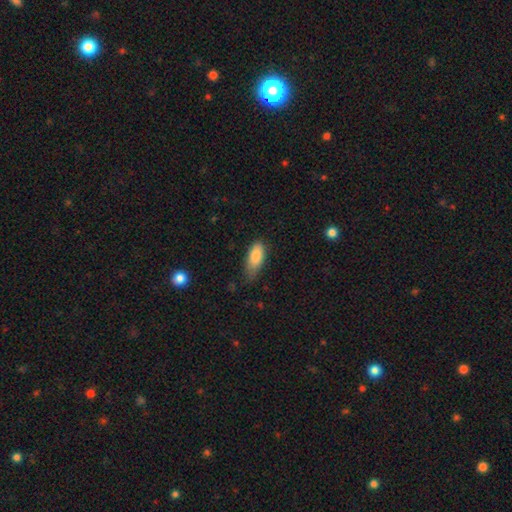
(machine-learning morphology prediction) Smooth or featured?
  - smooth: 85% *
  - featured or disk: 9%
  - star or artifact: 7%
How rounded?
  - in between: 83% *
  - cigar-shaped: 15%
  - round: 2%
Merging?
  - none: 51% *
  - minor disturbance: 38%
  - major disturbance: 9%
  - merger: 2%